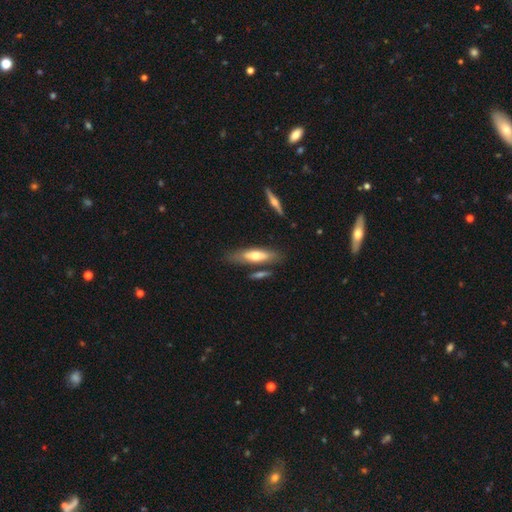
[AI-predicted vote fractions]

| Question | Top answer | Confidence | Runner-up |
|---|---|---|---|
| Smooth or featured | smooth | 50% | featured or disk (44%) |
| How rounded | cigar-shaped | 55% | in between (43%) |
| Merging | none | 68% | minor disturbance (17%) |